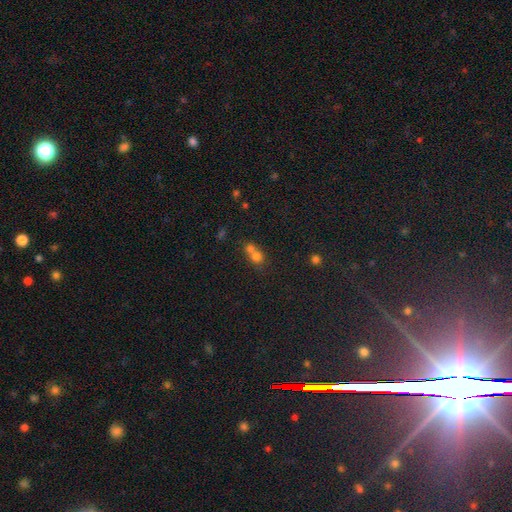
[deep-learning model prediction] The model was most divided on "merging": merger: 63%, none: 29%, minor disturbance: 5%, major disturbance: 3%. More confident: how rounded — round (76%); smooth or featured — smooth (67%).